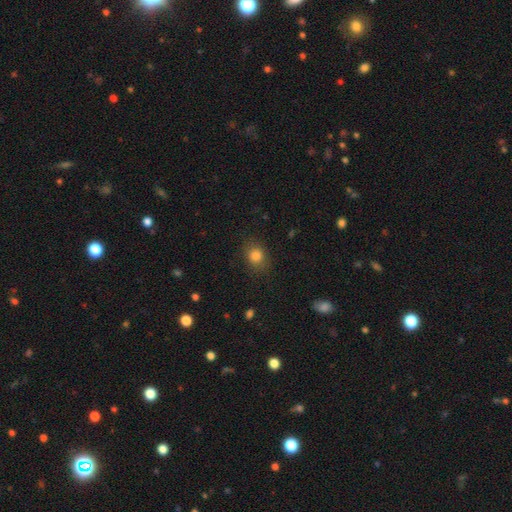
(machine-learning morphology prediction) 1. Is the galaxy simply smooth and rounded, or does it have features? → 83% smooth, 11% star or artifact, 6% featured or disk.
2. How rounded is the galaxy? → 60% round, 39% in between, 1% cigar-shaped.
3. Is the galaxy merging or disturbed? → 81% none, 13% minor disturbance, 4% major disturbance, 1% merger.